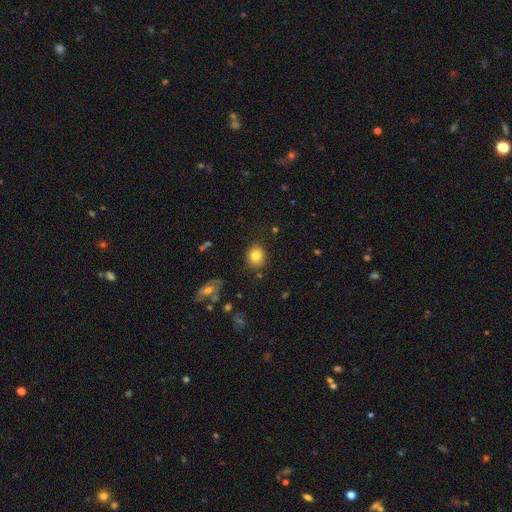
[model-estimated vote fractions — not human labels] Smooth or featured: smooth — 82% (star or artifact — 10%)
How rounded: round — 73% (in between — 26%)
Merging: none — 84% (minor disturbance — 11%)